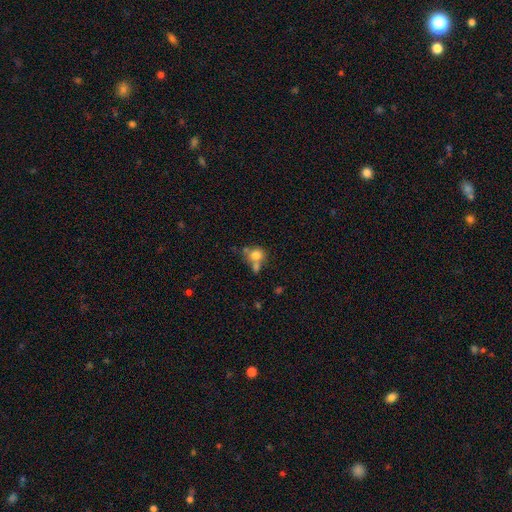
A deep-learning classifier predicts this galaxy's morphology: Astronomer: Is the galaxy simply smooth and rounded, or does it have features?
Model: smooth — 73%.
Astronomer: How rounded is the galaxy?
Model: round — 73%.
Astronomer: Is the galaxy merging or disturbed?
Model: merger — 40%, tied with none at 40%.